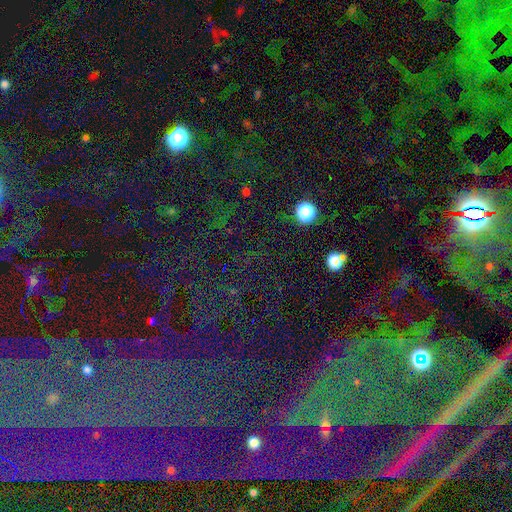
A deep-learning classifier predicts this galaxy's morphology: Smooth or featured: star or artifact — 70% (smooth — 20%)